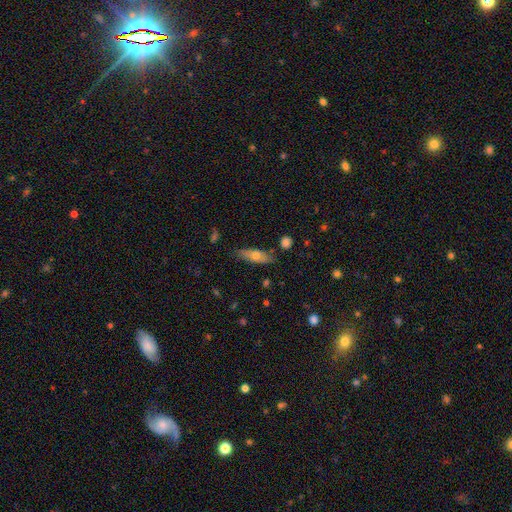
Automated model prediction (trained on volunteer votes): smooth-or-featured: smooth: 63% | featured or disk: 30% | star or artifact: 7%
  how-rounded: in between: 59% | cigar-shaped: 38% | round: 3%
  merging: none: 76% | minor disturbance: 18% | major disturbance: 3% | merger: 3%